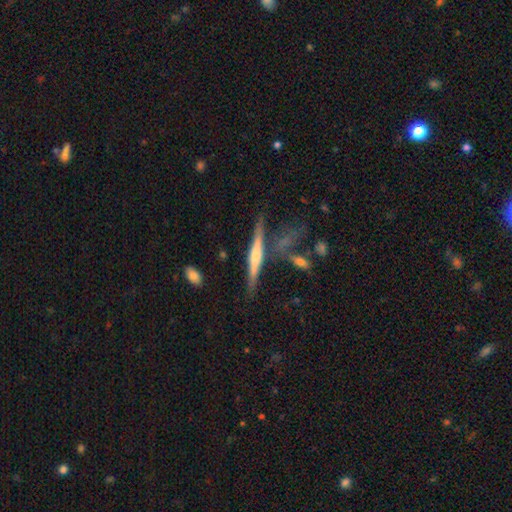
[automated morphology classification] Smooth or featured: featured or disk — 66% (smooth — 28%)
Edge-on disk: yes — 96% (no — 4%)
Edge-on bulge: rounded — 65% (boxy — 20%)
Merging: none — 71% (minor disturbance — 15%)